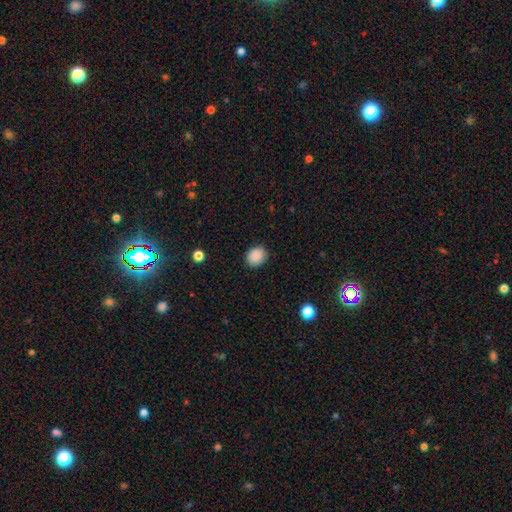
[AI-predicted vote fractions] smooth_or_featured: smooth (p=0.89) [alt: star or artifact p=0.09]
how_rounded: round (p=0.63) [alt: in between p=0.36]
merging: none (p=0.87) [alt: minor disturbance p=0.09]